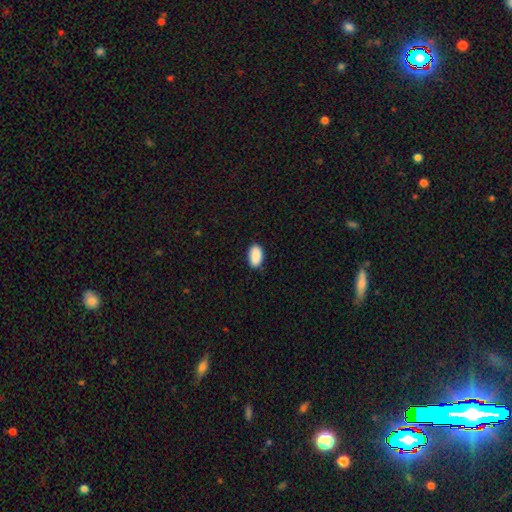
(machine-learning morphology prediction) type=smooth (90%); roundness=in between (94%); merging=none (84%).